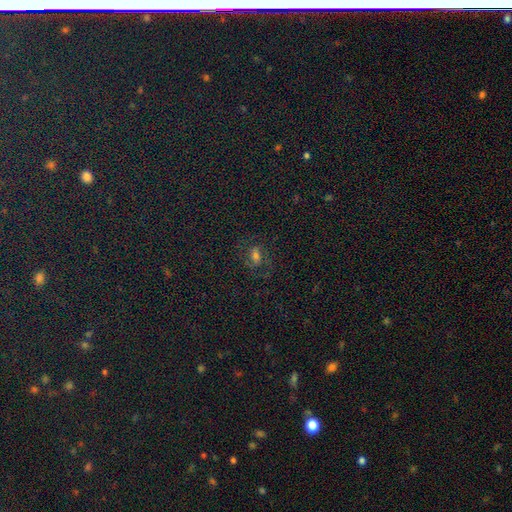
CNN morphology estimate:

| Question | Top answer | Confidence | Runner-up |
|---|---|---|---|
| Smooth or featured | featured or disk | 34% | smooth (33%) |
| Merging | none | 73% | minor disturbance (15%) |